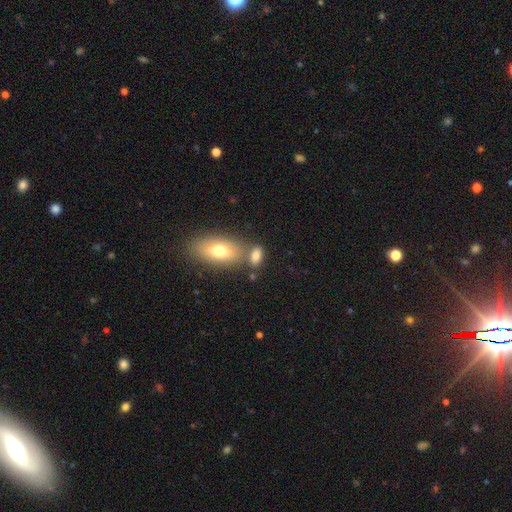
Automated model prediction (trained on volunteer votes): smooth_or_featured: smooth (p=0.79) [alt: featured or disk p=0.12]
how_rounded: in between (p=0.83) [alt: cigar-shaped p=0.09]
merging: none (p=0.56) [alt: merger p=0.25]